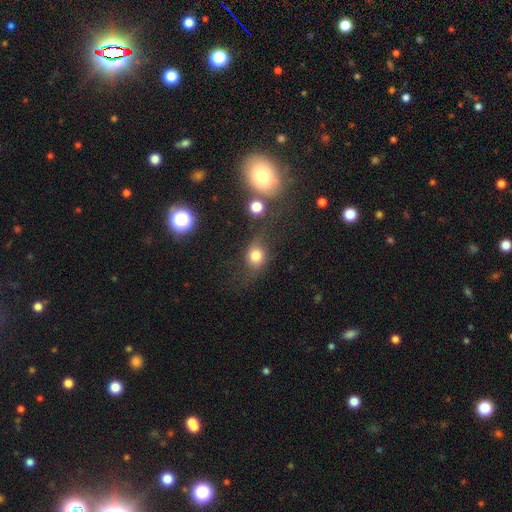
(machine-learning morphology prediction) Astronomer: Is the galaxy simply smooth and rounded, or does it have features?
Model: smooth — 70%.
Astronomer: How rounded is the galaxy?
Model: round — 63%.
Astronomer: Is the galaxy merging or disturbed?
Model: none — 52%.